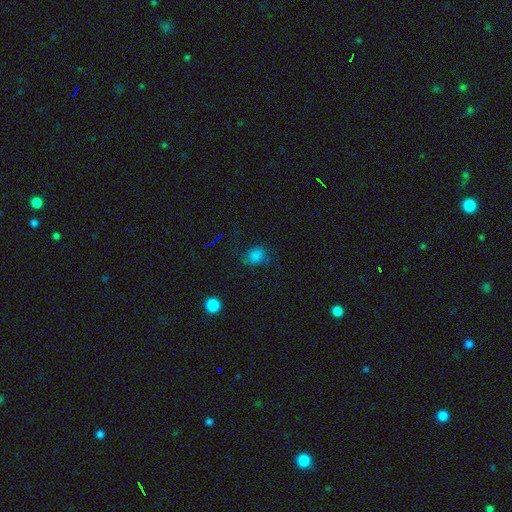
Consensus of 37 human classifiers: smooth_or_featured: smooth (p=0.92) [alt: star or artifact p=0.05]
how_rounded: in between (p=0.56) [alt: round p=0.44]
merging: none (p=0.86) [alt: minor disturbance p=0.09]